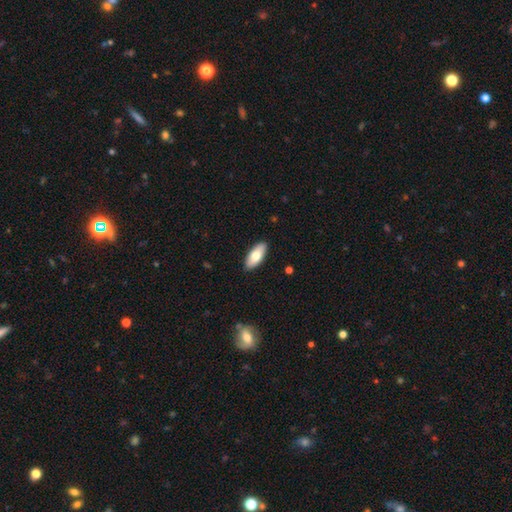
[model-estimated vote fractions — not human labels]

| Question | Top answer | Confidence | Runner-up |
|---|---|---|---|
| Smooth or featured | smooth | 74% | featured or disk (20%) |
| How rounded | in between | 86% | cigar-shaped (12%) |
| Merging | none | 90% | minor disturbance (8%) |